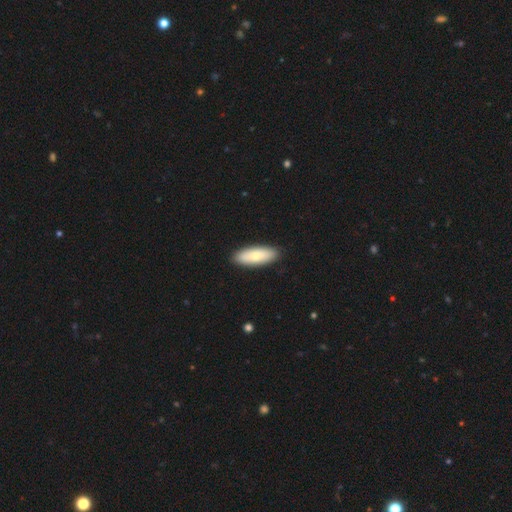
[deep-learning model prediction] This appears to be a smooth galaxy with no disk features (72%) that is in between round and cigar-shaped (69%). Merging: none (90%).